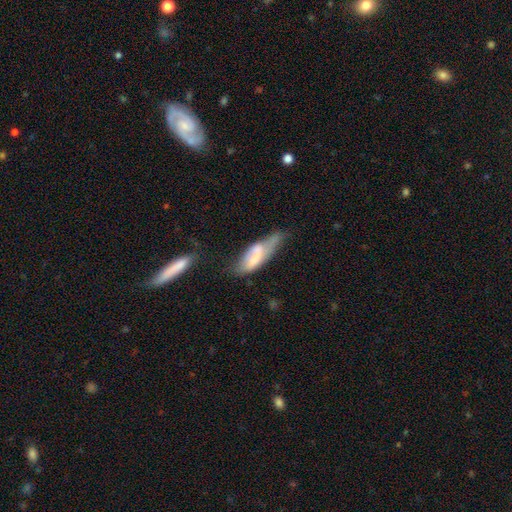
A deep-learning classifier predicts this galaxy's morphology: A smooth galaxy with no disk features (57%) that is in between round and cigar-shaped (64%). Merging: minor disturbance (33%).